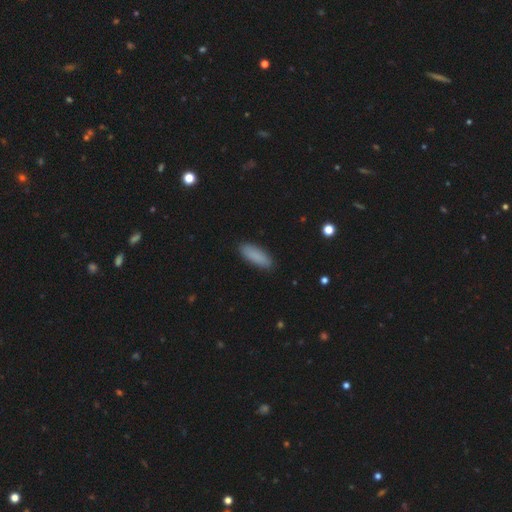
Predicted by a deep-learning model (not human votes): smooth 88%, star or artifact 7%, featured or disk 6%. Down the decision tree: how rounded — in between (59%); merging — none (89%).